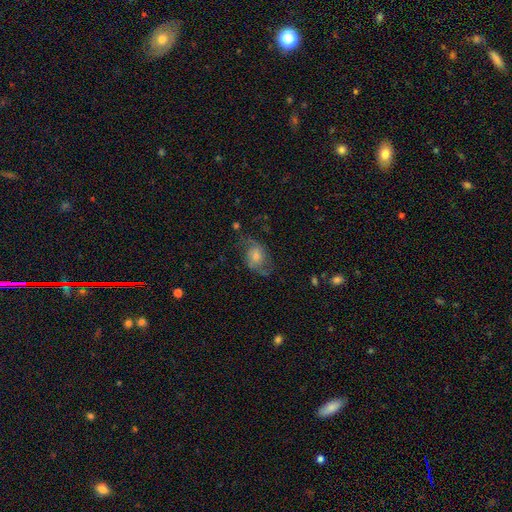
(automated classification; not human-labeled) Smooth or featured: featured or disk — 62% (smooth — 25%)
Edge-on disk: no — 96% (yes — 4%)
Bar: no — 70% (weak — 25%)
Spiral arms: yes — 86% (no — 14%)
Spiral winding: loose — 43% (medium — 42%)
Spiral arm count: 2 — 80% (can't tell — 10%)
Bulge size: moderate — 45% (small — 42%)
Merging: none — 61% (minor disturbance — 20%)